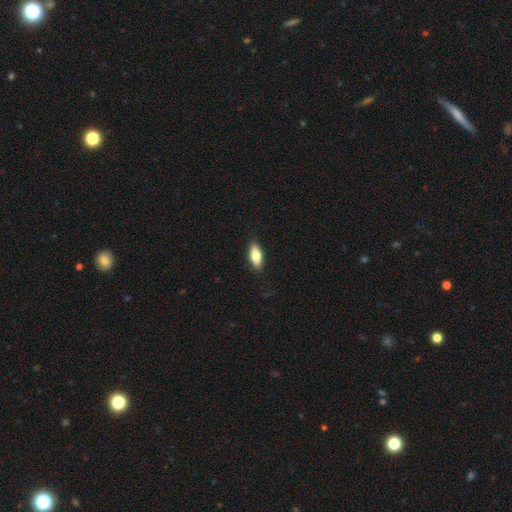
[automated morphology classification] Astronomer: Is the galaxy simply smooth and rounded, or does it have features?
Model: smooth — 72%.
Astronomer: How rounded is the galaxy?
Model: in between — 75%.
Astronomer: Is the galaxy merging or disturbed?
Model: none — 89%.